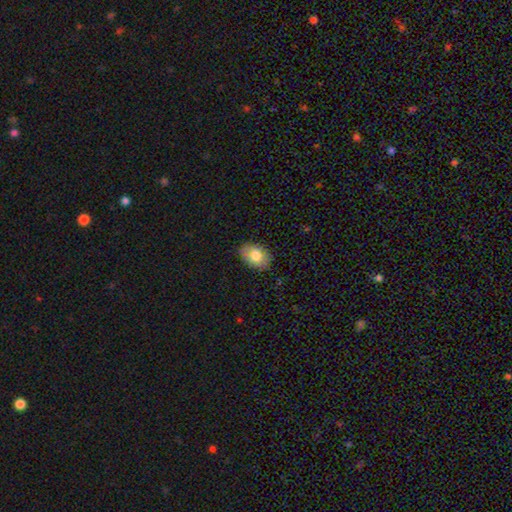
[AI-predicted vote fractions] This is likely a smooth galaxy (77%). How rounded: clearly in between (82%). Merging: clearly none (82%).